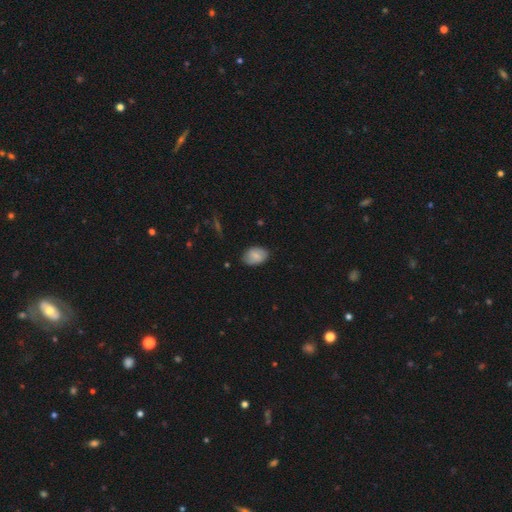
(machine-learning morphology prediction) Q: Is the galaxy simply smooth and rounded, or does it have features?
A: smooth — 77%.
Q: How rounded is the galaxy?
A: in between — 86%.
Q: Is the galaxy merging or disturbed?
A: none — 79%.